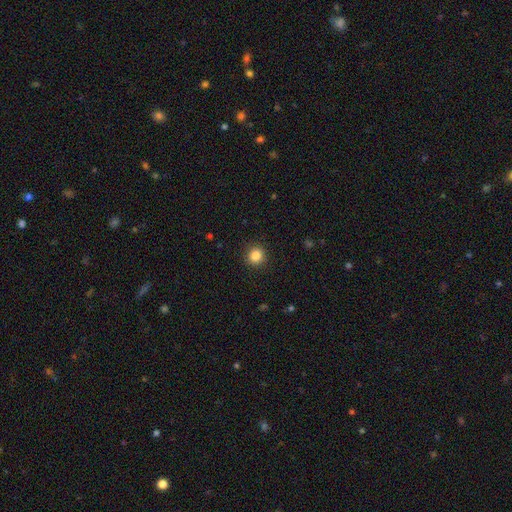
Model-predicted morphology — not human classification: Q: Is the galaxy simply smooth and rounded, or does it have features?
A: smooth — 86%.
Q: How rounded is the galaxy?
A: round — 90%.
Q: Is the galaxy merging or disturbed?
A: none — 91%.